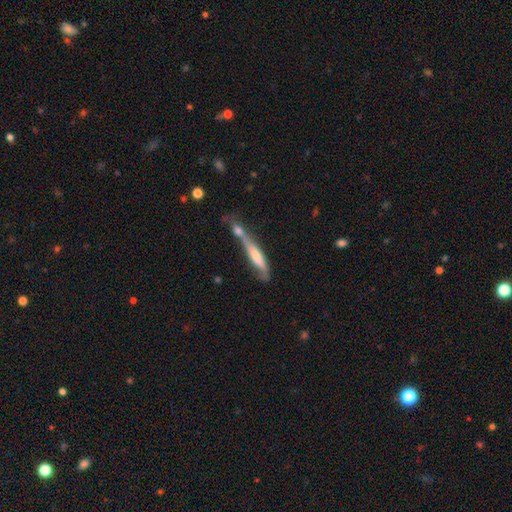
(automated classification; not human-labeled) Overall: smooth (47%; featured or disk 45%). Merging: merger (45%; none 29%).